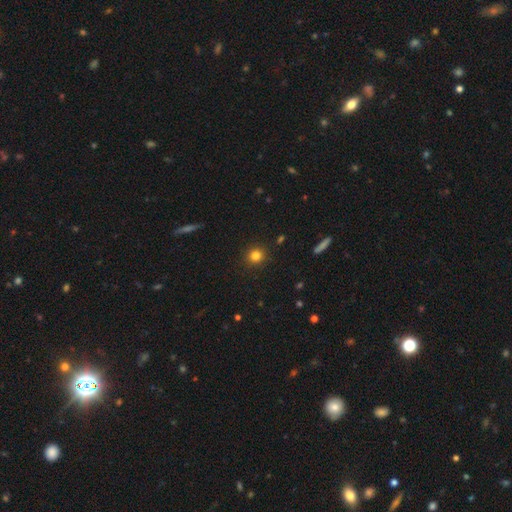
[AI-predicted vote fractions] Smooth or featured? smooth (82%)
How rounded? round (92%)
Merging? none (91%)